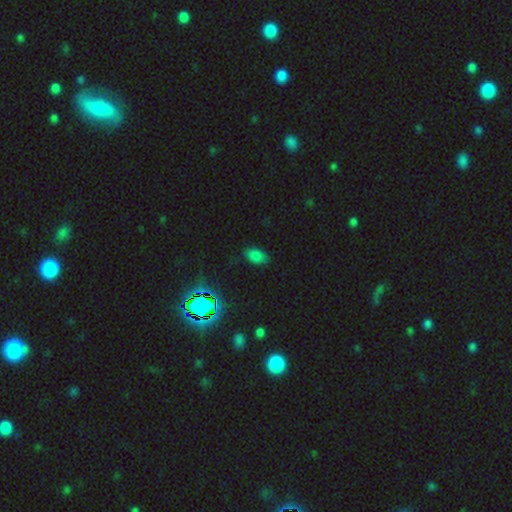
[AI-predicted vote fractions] A smooth galaxy with no disk features (71%) that is in between round and cigar-shaped (88%). Merging: none (81%).